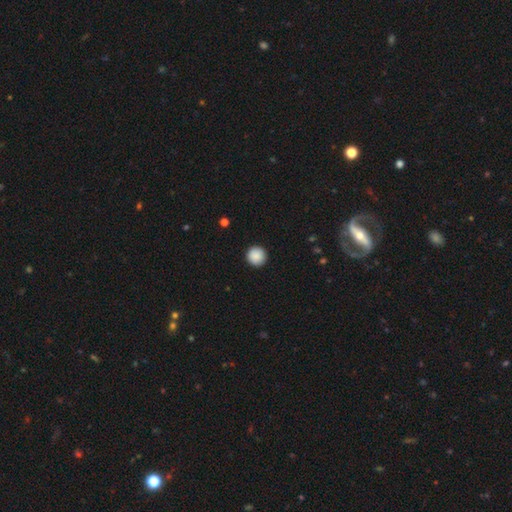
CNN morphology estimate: smooth 89%, star or artifact 8%, featured or disk 3%. Down the decision tree: how rounded — round (96%); merging — none (92%).